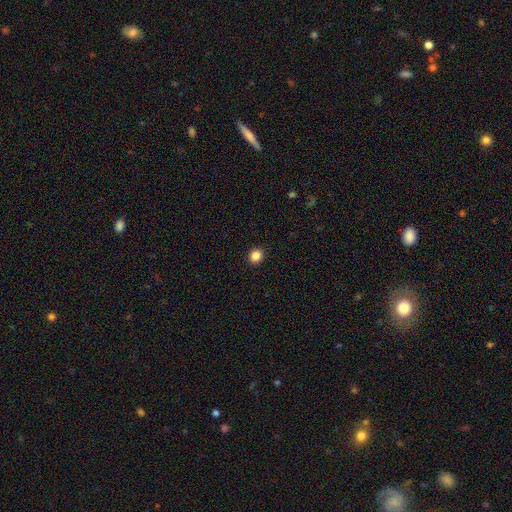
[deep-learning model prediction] This is clearly a smooth galaxy (87%). How rounded: likely round (79%). Merging: clearly none (92%).